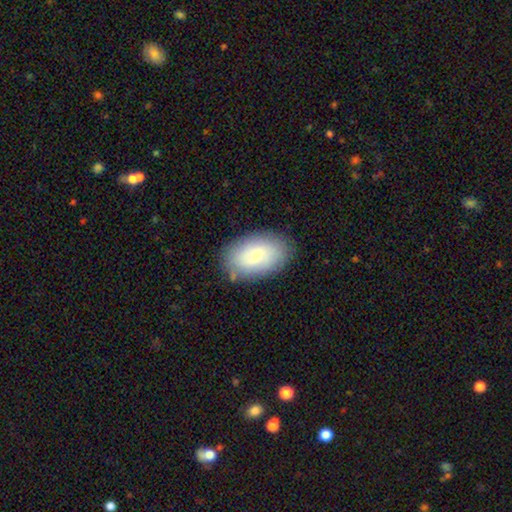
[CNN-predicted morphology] smooth 67%, featured or disk 25%, star or artifact 7%. Down the decision tree: how rounded — in between (92%); merging — none (81%).